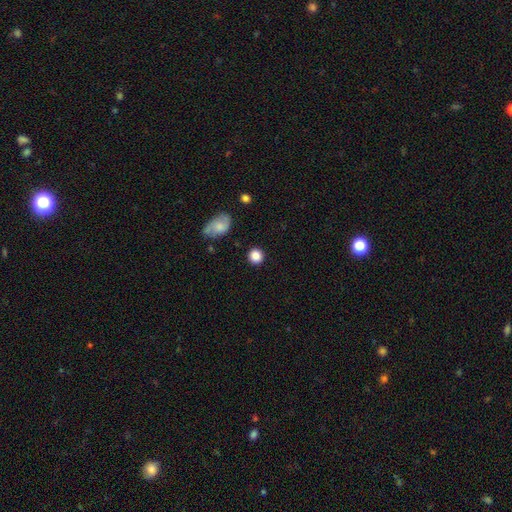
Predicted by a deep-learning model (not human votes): smooth 85%, star or artifact 9%, featured or disk 7%. Down the decision tree: how rounded — round (89%); merging — none (87%).